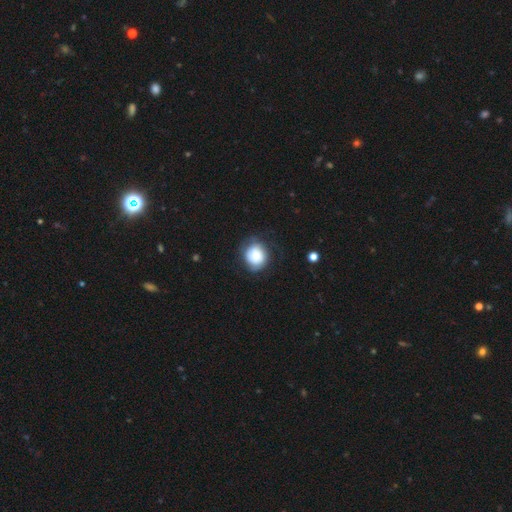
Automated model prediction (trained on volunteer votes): Smooth or featured?
  - smooth: 69% *
  - featured or disk: 22%
  - star or artifact: 9%
How rounded?
  - round: 82% *
  - in between: 17%
  - cigar-shaped: 1%
Merging?
  - none: 70% *
  - minor disturbance: 20%
  - major disturbance: 9%
  - merger: 1%